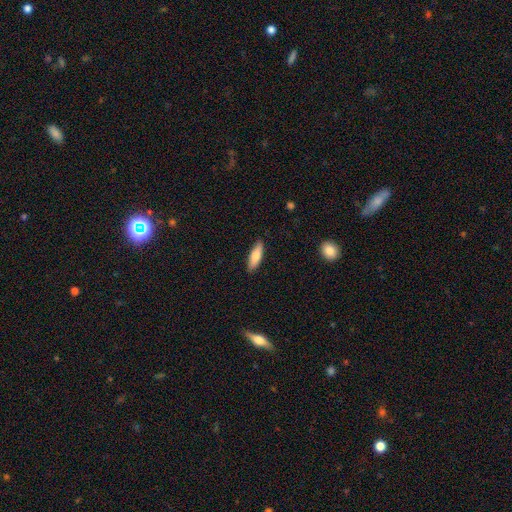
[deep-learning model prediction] smooth_or_featured: smooth (p=0.75) [alt: featured or disk p=0.19]
how_rounded: cigar-shaped (p=0.53) [alt: in between p=0.45]
merging: none (p=0.87) [alt: minor disturbance p=0.10]